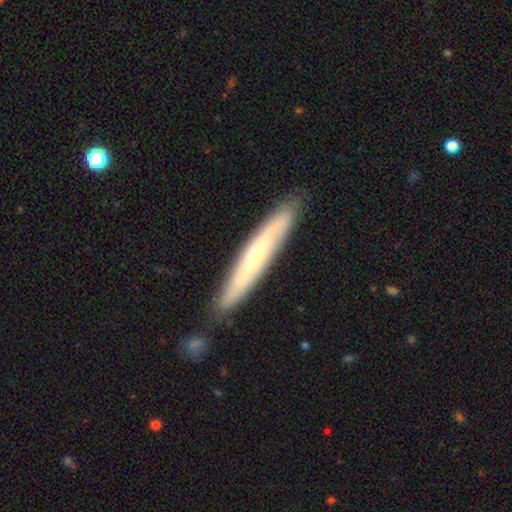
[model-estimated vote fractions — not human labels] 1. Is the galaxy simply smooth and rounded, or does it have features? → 56% featured or disk, 39% smooth, 5% star or artifact.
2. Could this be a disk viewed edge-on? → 76% yes, 24% no.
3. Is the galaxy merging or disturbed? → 85% none, 11% minor disturbance, 2% merger, 2% major disturbance.